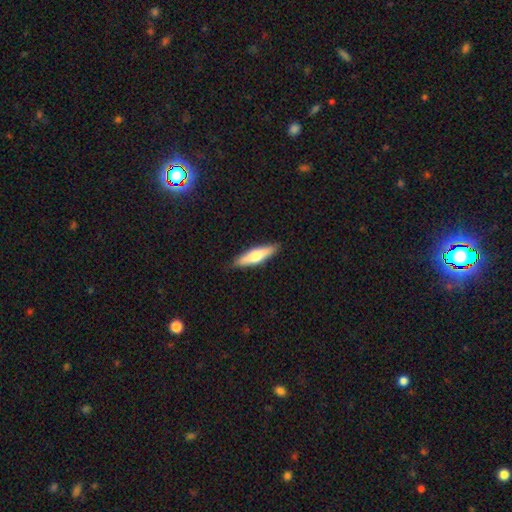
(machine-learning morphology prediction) This is likely a smooth galaxy (62%). How rounded: likely cigar-shaped (69%). Merging: clearly none (87%).